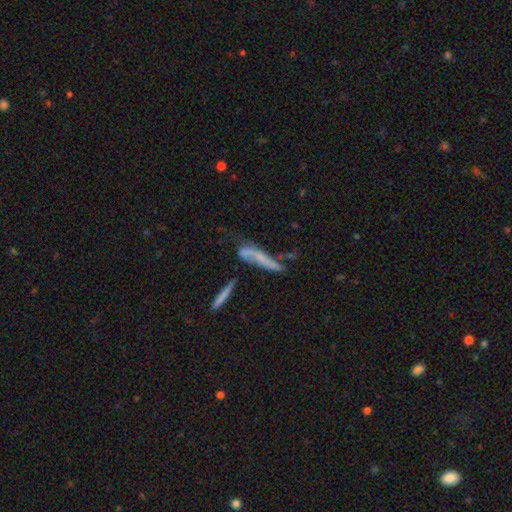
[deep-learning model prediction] Morphology: type=featured or disk (51%); edge-on=yes (51%); merging=none (37%).